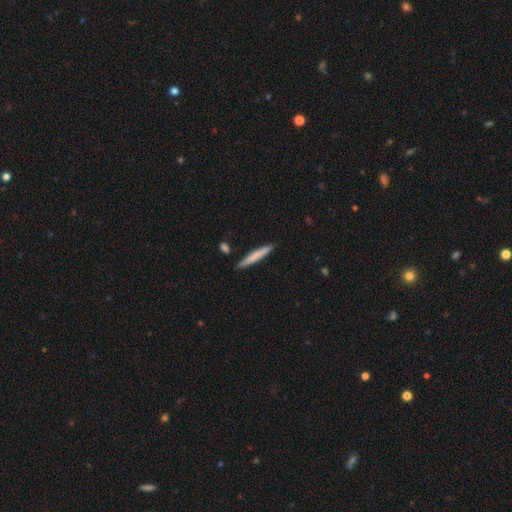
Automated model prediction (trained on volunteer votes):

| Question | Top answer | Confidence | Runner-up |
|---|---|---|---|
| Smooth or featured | smooth | 74% | featured or disk (21%) |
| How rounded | cigar-shaped | 95% | in between (3%) |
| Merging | none | 88% | minor disturbance (8%) |